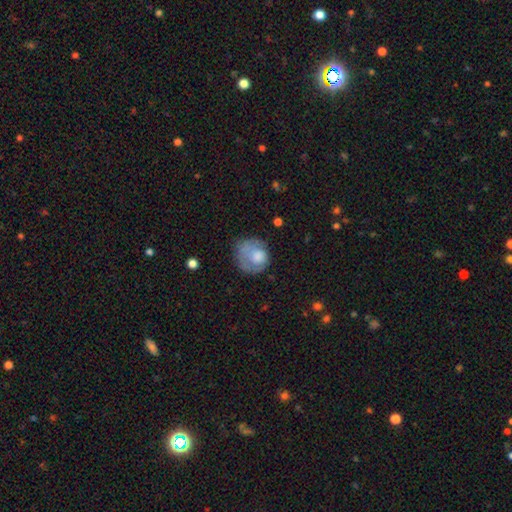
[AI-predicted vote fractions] Smooth or featured?
  - smooth: 66% *
  - featured or disk: 27%
  - star or artifact: 8%
How rounded?
  - round: 77% *
  - in between: 22%
  - cigar-shaped: 1%
Merging?
  - none: 45% *
  - minor disturbance: 28%
  - major disturbance: 24%
  - merger: 3%